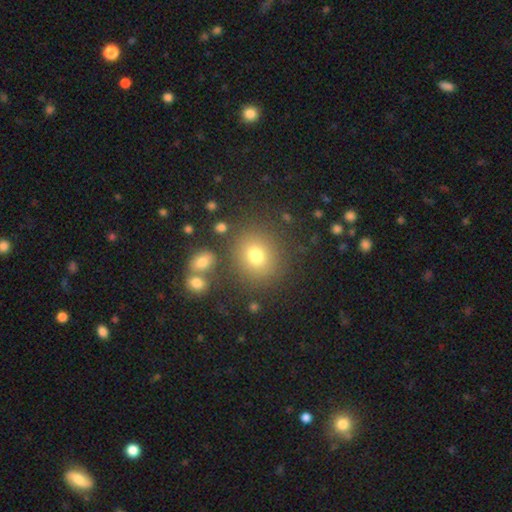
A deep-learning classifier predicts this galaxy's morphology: smooth_or_featured: smooth (p=0.75) [alt: star or artifact p=0.16]
how_rounded: round (p=0.80) [alt: in between p=0.19]
merging: none (p=0.80) [alt: minor disturbance p=0.09]